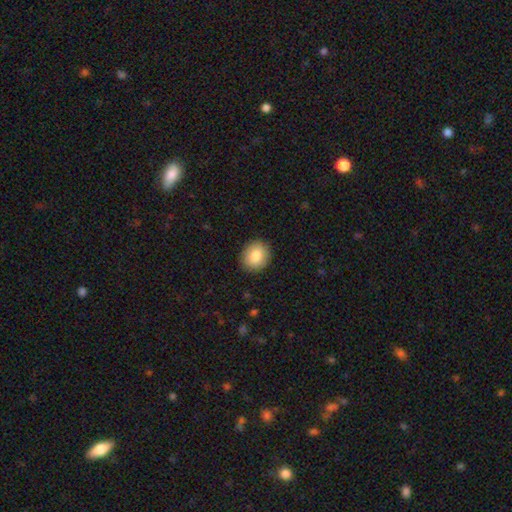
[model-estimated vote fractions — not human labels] smooth_or_featured: smooth (p=0.82) [alt: featured or disk p=0.10]
how_rounded: round (p=0.63) [alt: in between p=0.36]
merging: none (p=0.90) [alt: minor disturbance p=0.07]